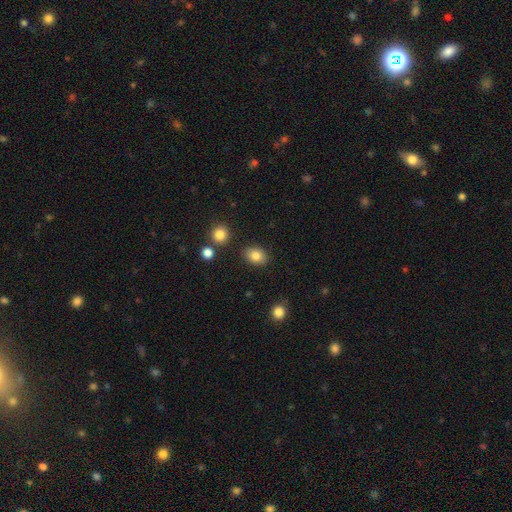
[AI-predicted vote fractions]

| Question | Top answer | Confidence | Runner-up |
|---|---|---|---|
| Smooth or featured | smooth | 84% | star or artifact (9%) |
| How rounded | in between | 64% | round (35%) |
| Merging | none | 85% | minor disturbance (10%) |